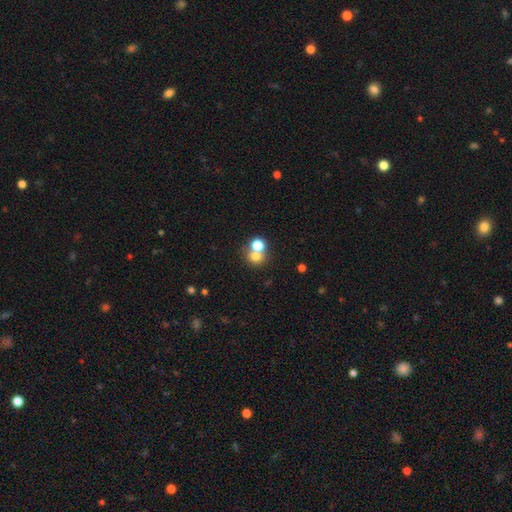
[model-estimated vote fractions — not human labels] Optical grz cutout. It shows a smooth galaxy with no disk features (71%) that is round (77%). Merging: merger (48%).